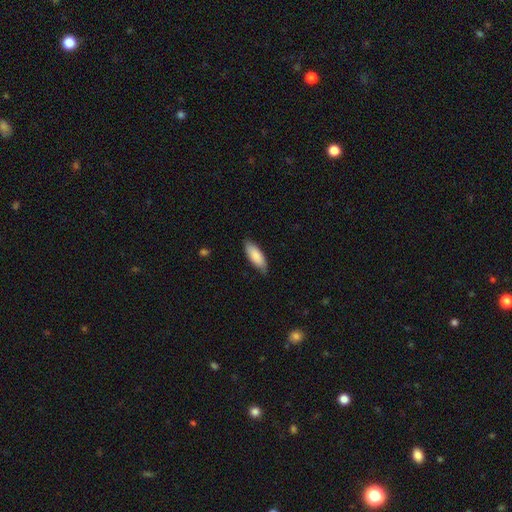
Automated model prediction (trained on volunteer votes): Q: Smooth or featured?
A: smooth (86%); runner-up: featured or disk (9%)
Q: How rounded?
A: in between (70%); runner-up: cigar-shaped (28%)
Q: Merging?
A: none (82%); runner-up: minor disturbance (14%)